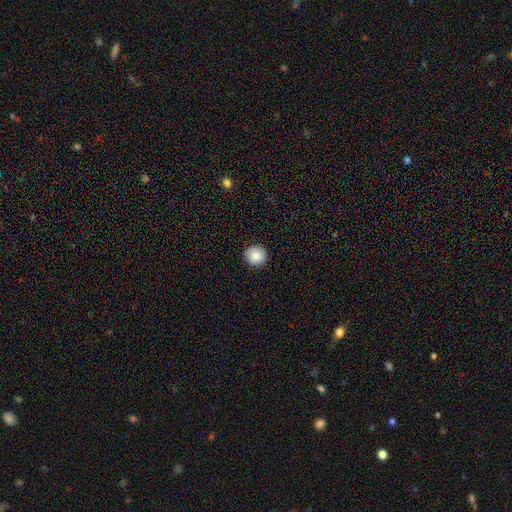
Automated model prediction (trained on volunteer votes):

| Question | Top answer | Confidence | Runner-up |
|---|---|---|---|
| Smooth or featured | smooth | 86% | star or artifact (8%) |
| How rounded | round | 94% | in between (5%) |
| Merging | none | 90% | minor disturbance (7%) |